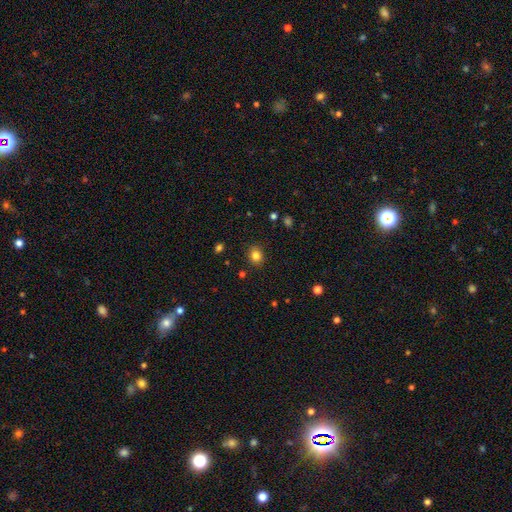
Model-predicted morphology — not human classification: The model was most divided on "how rounded": round: 68%, in between: 31%, cigar-shaped: 1%. More confident: merging — none (87%); smooth or featured — smooth (82%).